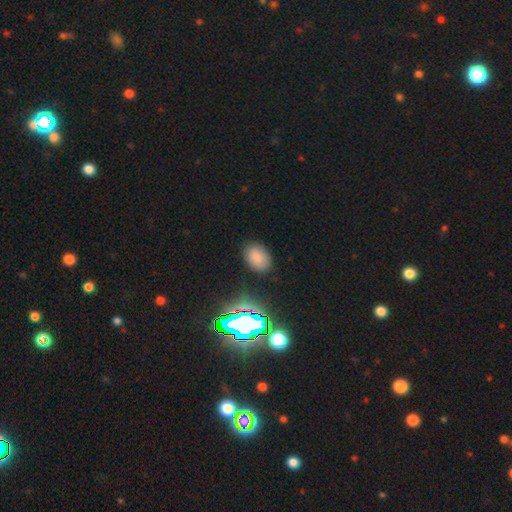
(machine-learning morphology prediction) Smooth or featured: smooth — 77% (star or artifact — 16%)
How rounded: in between — 80% (round — 19%)
Merging: none — 84% (minor disturbance — 12%)